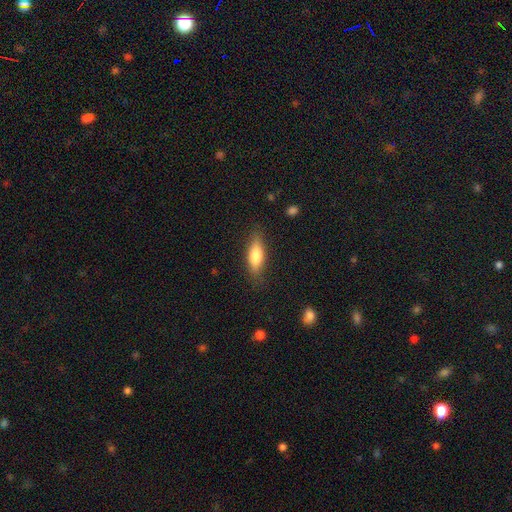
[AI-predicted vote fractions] A smooth galaxy with no disk features (75%) that is in between round and cigar-shaped (62%).

Vote fractions:
- Smooth or featured? smooth: 75% / featured or disk: 19% / star or artifact: 6%
- How rounded? in between: 62% / cigar-shaped: 35% / round: 3%
- Merging? none: 82% / minor disturbance: 13% / major disturbance: 3% / merger: 1%